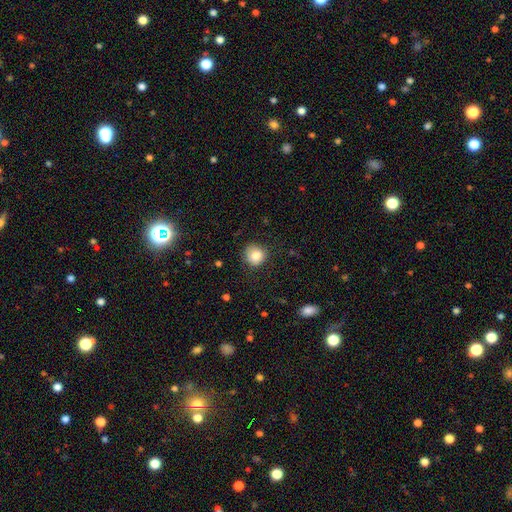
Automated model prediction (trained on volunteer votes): This appears to be a smooth galaxy with no disk features (84%) that is round (87%). Merging: none (75%).